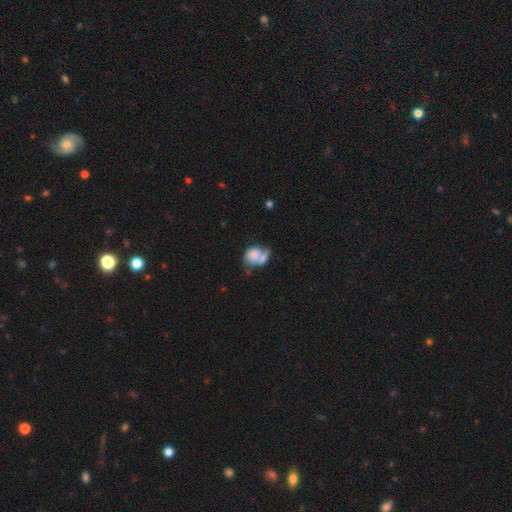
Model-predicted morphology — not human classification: type=smooth (70%); roundness=in between (52%); merging=merger (52%).